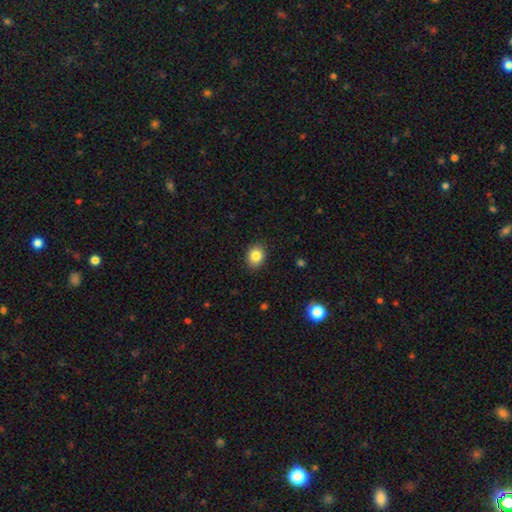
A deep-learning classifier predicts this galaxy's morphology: Overall: smooth (85%). How rounded: round (57%; in between 42%). Merging: none (89%).